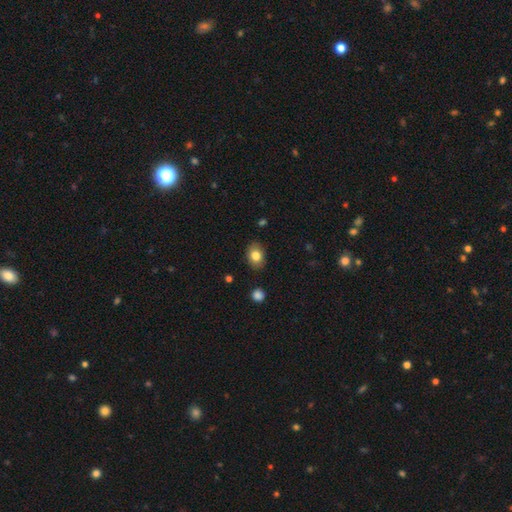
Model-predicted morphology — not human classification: type=smooth (81%); roundness=in between (70%); merging=none (85%).